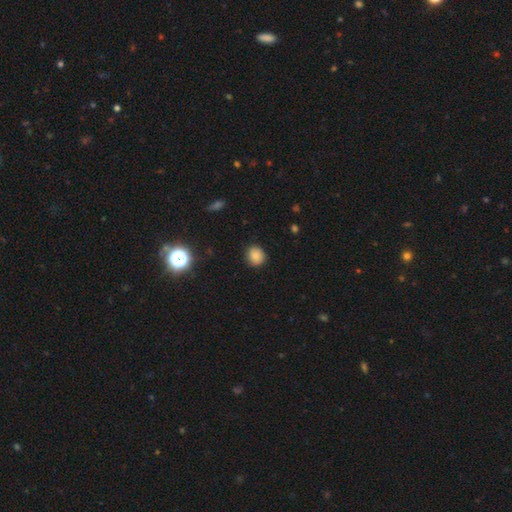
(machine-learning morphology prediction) A smooth galaxy with no disk features (82%) that is round (83%).

Vote fractions:
- Smooth or featured? smooth: 82% / star or artifact: 12% / featured or disk: 6%
- How rounded? round: 83% / in between: 16% / cigar-shaped: 1%
- Merging? none: 85% / minor disturbance: 11% / major disturbance: 3% / merger: 1%